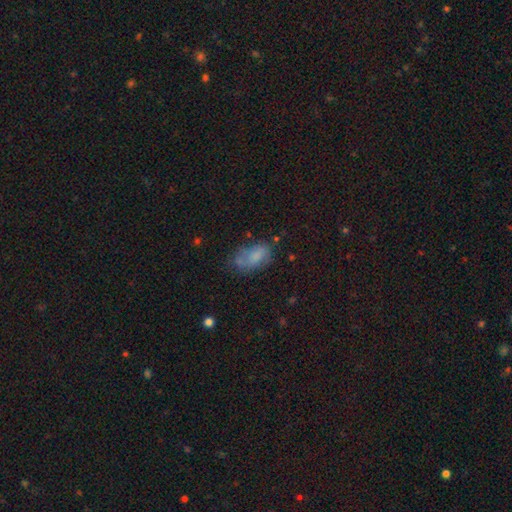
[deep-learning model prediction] This appears to be a smooth galaxy with no disk features (71%) that is in between round and cigar-shaped (91%). Merging: none (46%).